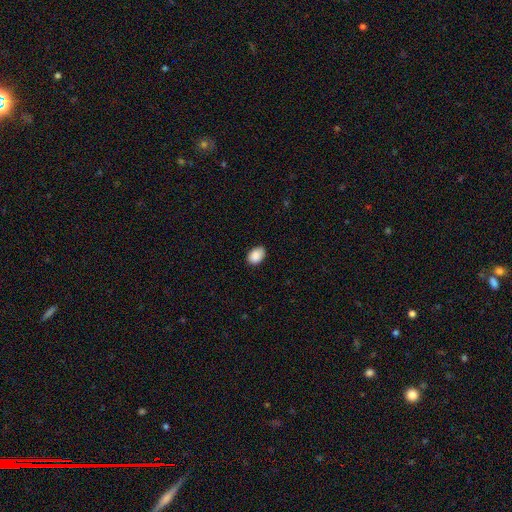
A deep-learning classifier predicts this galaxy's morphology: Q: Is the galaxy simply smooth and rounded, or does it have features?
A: smooth — 89%.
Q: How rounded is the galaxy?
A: in between — 82%.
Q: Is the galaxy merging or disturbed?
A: none — 80%.